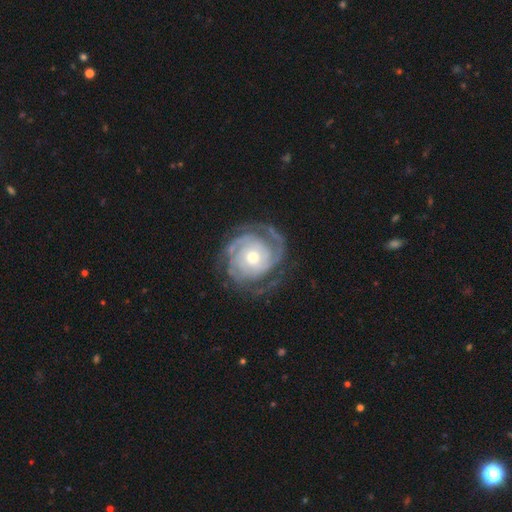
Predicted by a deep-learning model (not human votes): smooth-or-featured: featured or disk: 89% | smooth: 7% | star or artifact: 4%
  disk-edge-on: no: 98% | yes: 2%
    bar: no: 75% | weak: 20% | strong: 5%
    has-spiral-arms: yes: 96% | no: 4%
      spiral-winding: tight: 67% | medium: 25% | loose: 7%
      spiral-arm-count: 2: 41% | can't tell: 21% | 3: 19% | 4: 7% | 1: 6% | more than 4: 6%
    bulge-size: moderate: 60% | small: 32% | large: 6% | dominant: 1% | none: 1%
  merging: none: 70% | minor disturbance: 17% | major disturbance: 13% | merger: 1%